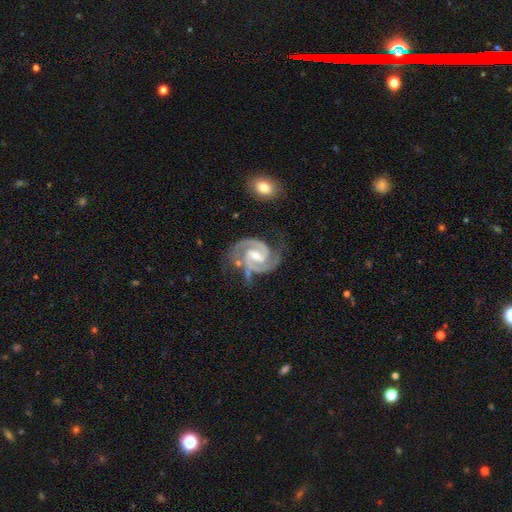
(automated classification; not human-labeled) The model was most divided on "bulge size": moderate: 50%, small: 46%, none: 2%, large: 2%, dominant: 1%. Remaining: spiral arms — yes (99%); edge-on disk — no (98%); smooth or featured — featured or disk (94%); spiral arm count — 2 (78%); merging — none (65%); bar — weak (52%); spiral winding — medium (50%).